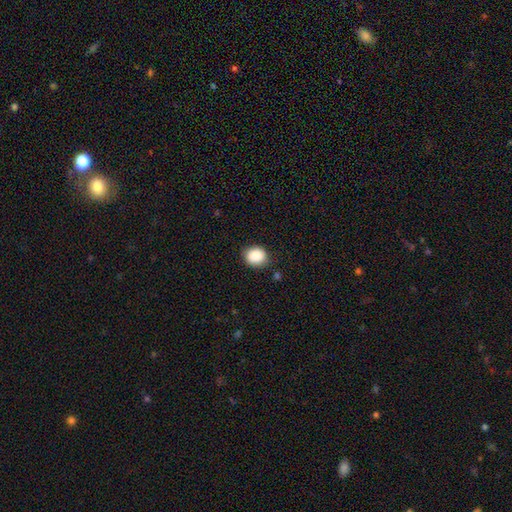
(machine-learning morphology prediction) Smooth or featured? Predicted: smooth (p=0.88). How rounded? Predicted: round (p=0.76). Merging? Predicted: none (p=0.85).